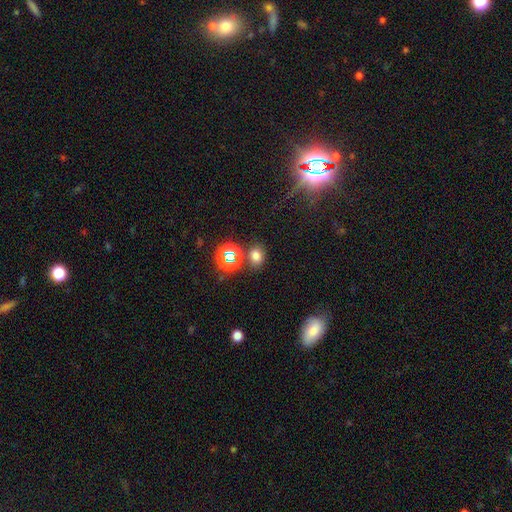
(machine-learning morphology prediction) smooth_or_featured: smooth (p=0.69) [alt: star or artifact p=0.24]
how_rounded: in between (p=0.53) [alt: round p=0.46]
merging: none (p=0.76) [alt: minor disturbance p=0.11]